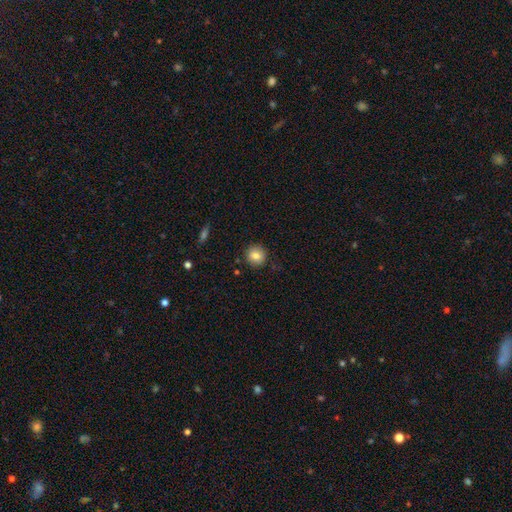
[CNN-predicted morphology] type=smooth (82%); roundness=round (92%); merging=none (89%).